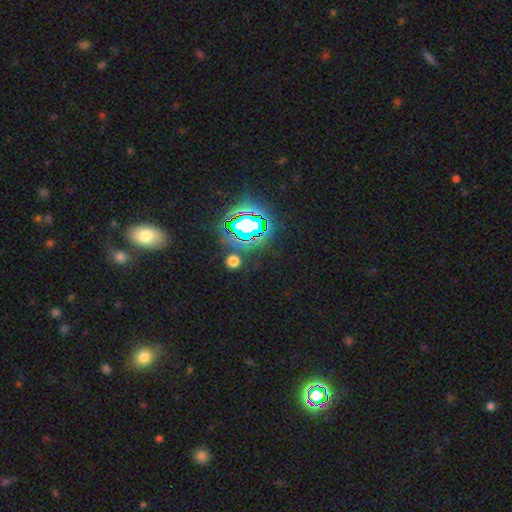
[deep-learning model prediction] Smooth or featured?
  - star or artifact: 77% *
  - smooth: 15%
  - featured or disk: 8%